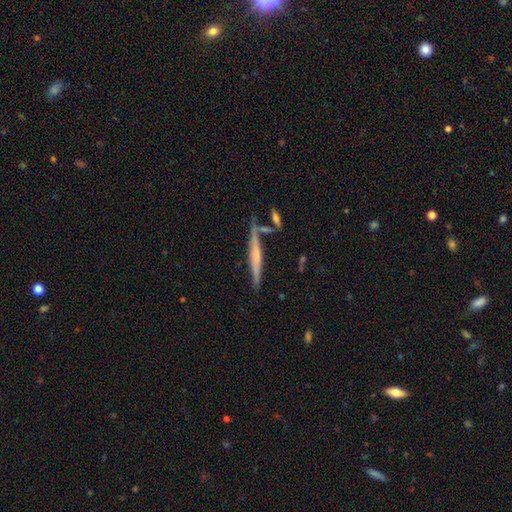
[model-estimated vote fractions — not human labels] This is possibly a featured or disk galaxy (56%). It is clearly viewed edge-on (96%). Edge-on bulge: possibly none (53%). Merging: likely none (77%).